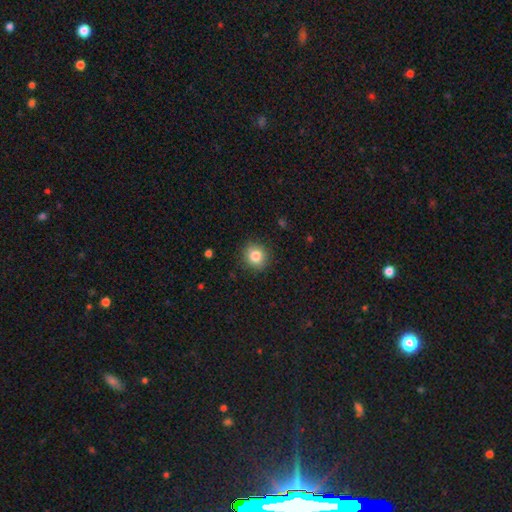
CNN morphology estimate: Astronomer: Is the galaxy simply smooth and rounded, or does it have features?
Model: smooth — 83%.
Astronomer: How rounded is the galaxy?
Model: round — 84%.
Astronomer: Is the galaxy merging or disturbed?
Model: none — 89%.